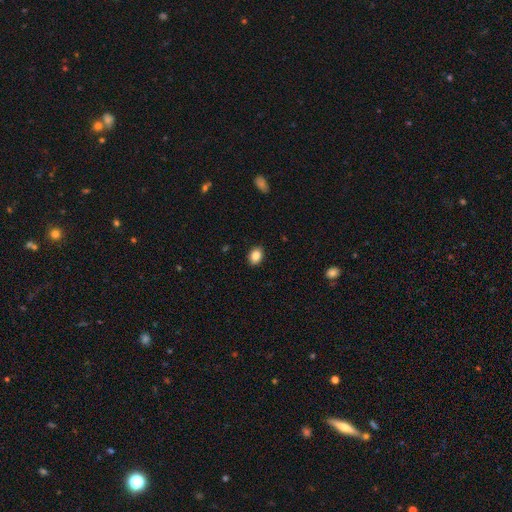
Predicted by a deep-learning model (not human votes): Smooth or featured? smooth (87%)
How rounded? in between (67%)
Merging? none (88%)